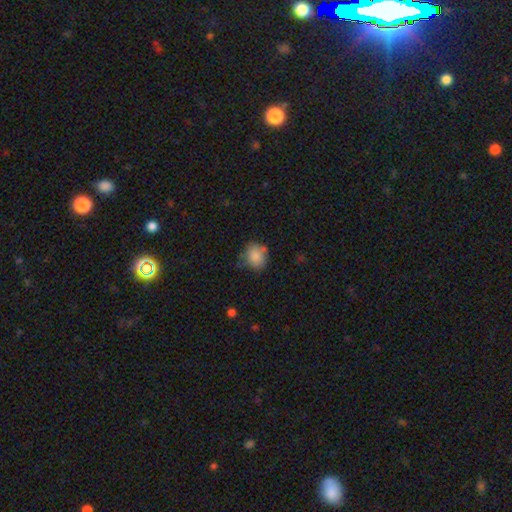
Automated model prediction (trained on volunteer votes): A smooth galaxy with no disk features (84%) that is round (65%). Merging: none (63%).